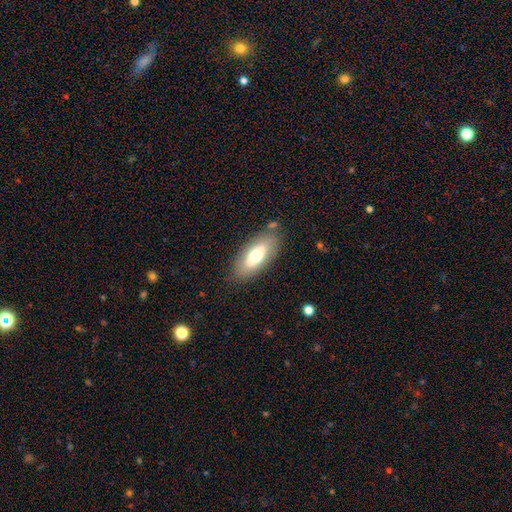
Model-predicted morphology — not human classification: Smooth or featured? smooth (63%)
How rounded? in between (86%)
Merging? none (79%)